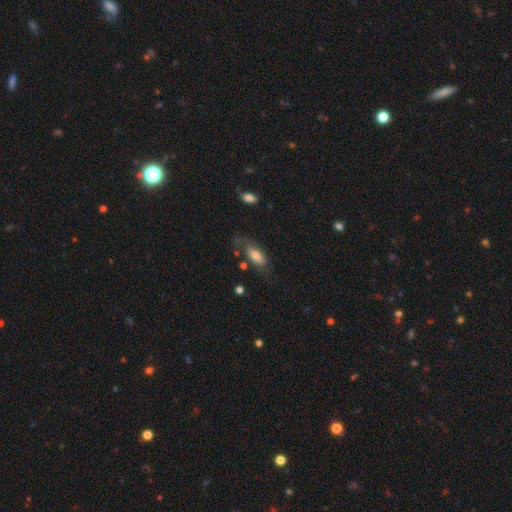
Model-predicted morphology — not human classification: smooth_or_featured: smooth (p=0.68) [alt: featured or disk p=0.25]
how_rounded: in between (p=0.82) [alt: cigar-shaped p=0.15]
merging: none (p=0.52) [alt: minor disturbance p=0.25]